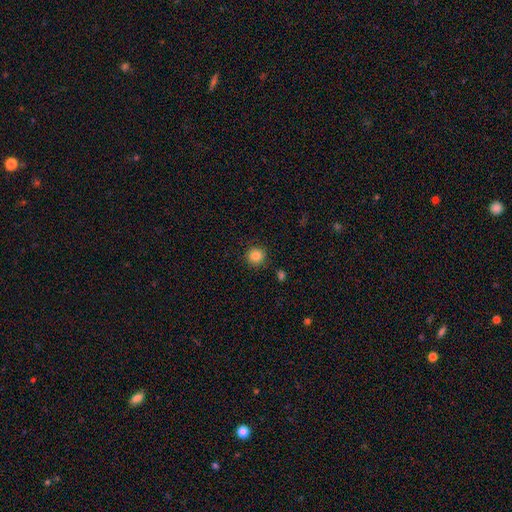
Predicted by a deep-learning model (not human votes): This is clearly a smooth galaxy (86%). How rounded: clearly round (92%). Merging: clearly none (88%).